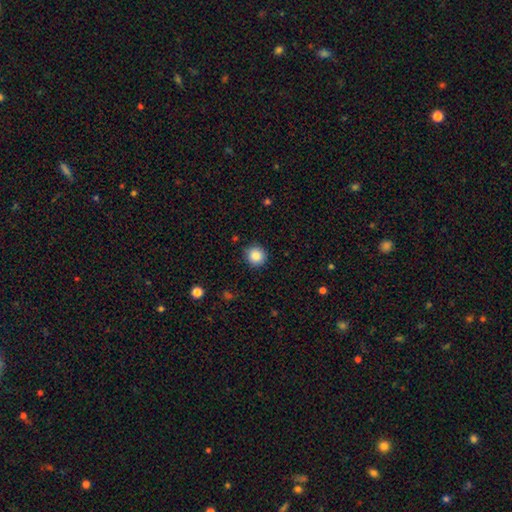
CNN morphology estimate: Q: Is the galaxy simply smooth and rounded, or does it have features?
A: smooth — 88%.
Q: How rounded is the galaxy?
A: round — 93%.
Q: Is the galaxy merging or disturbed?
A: none — 88%.